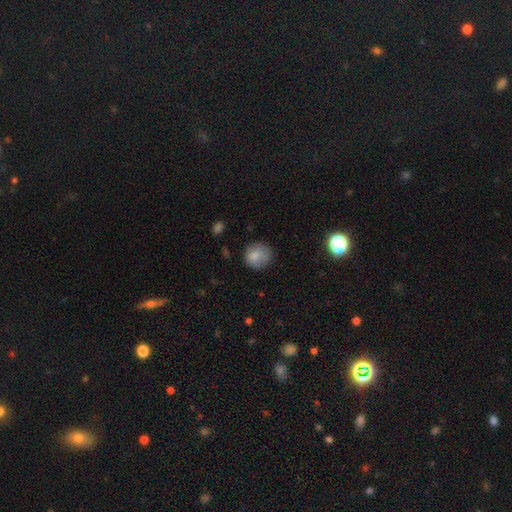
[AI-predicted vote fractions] Overall: smooth (81%). How rounded: round (85%). Merging: none (75%).